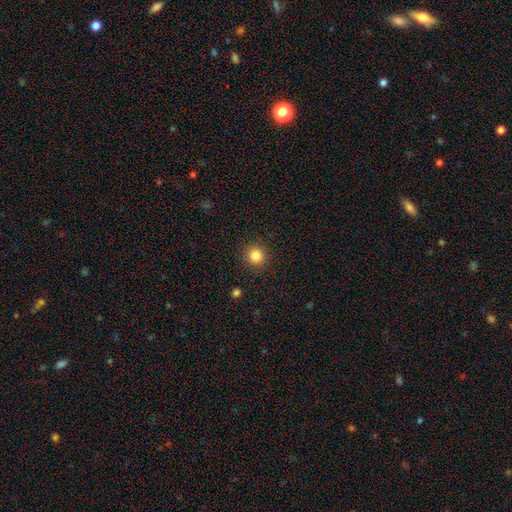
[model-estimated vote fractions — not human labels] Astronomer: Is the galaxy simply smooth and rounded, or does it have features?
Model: smooth — 84%.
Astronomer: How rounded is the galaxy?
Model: round — 93%.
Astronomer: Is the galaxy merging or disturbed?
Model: none — 91%.